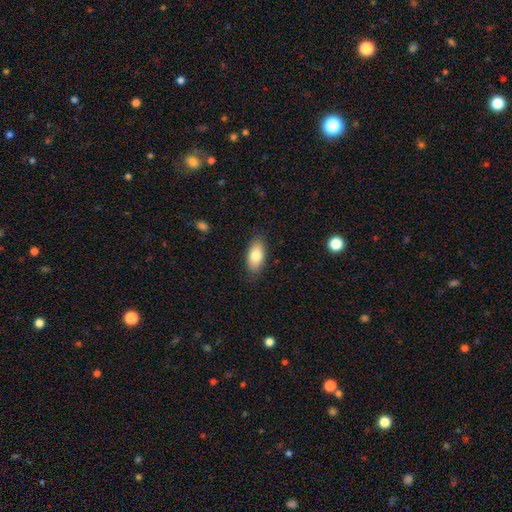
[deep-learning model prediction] A smooth galaxy with no disk features (80%) that is in between round and cigar-shaped (91%). Merging: none (86%).